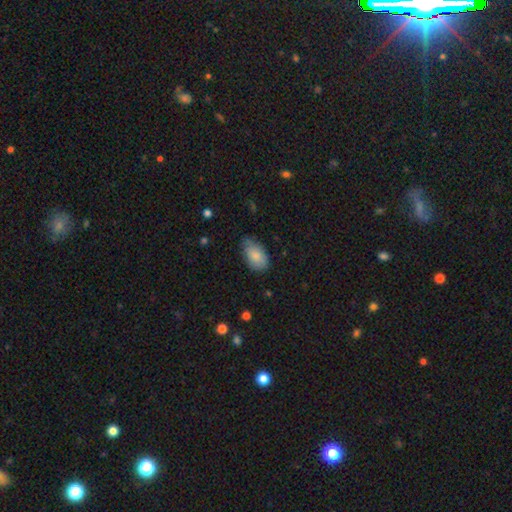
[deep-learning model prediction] The model was most divided on "merging": none: 62%, minor disturbance: 32%, major disturbance: 5%, merger: 1%. More confident: how rounded — in between (93%); smooth or featured — smooth (83%).